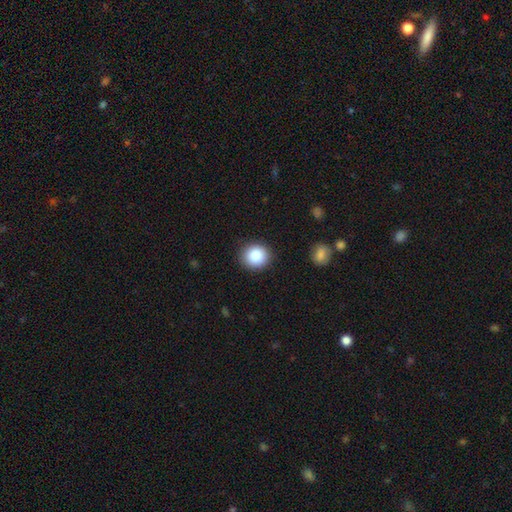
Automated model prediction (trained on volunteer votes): This appears to be a smooth galaxy with no disk features (87%) that is round (83%). Merging: none (90%).